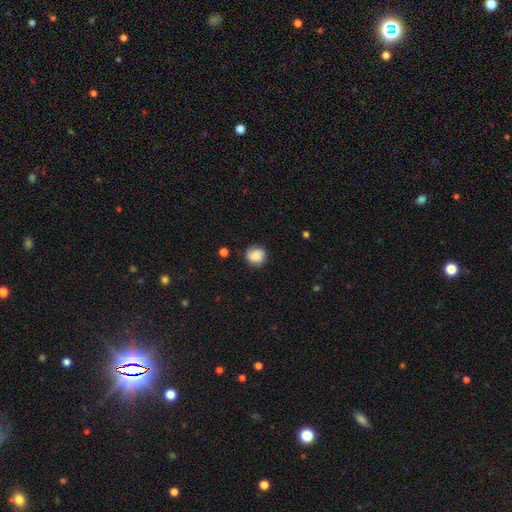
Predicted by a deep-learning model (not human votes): smooth 79%, featured or disk 12%, star or artifact 9%. Down the decision tree: how rounded — round (85%); merging — none (79%).